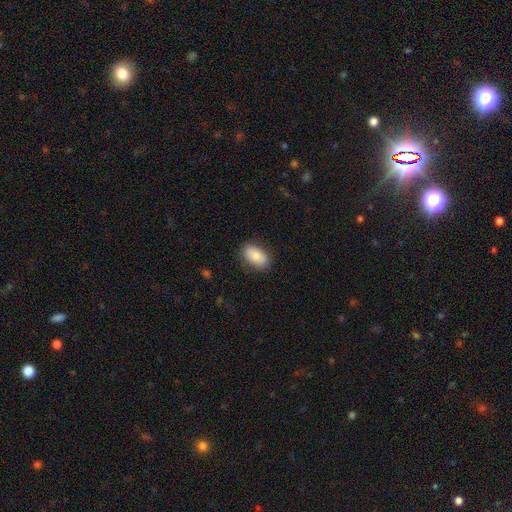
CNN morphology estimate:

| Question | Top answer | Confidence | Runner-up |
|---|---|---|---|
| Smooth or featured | smooth | 83% | featured or disk (10%) |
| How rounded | in between | 91% | round (7%) |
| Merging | none | 84% | minor disturbance (12%) |